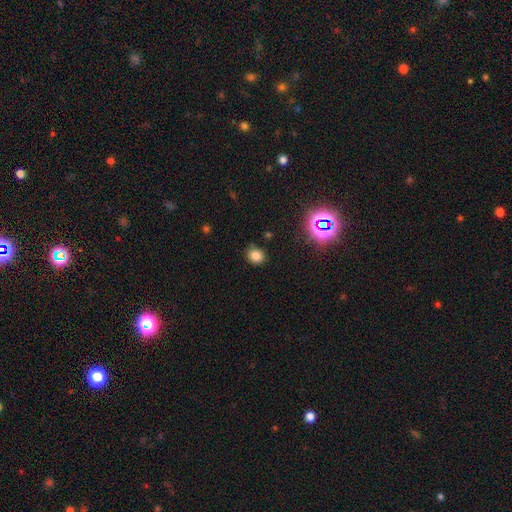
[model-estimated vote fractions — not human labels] Smooth or featured?
  - smooth: 78% *
  - star or artifact: 16%
  - featured or disk: 6%
How rounded?
  - round: 72% *
  - in between: 27%
  - cigar-shaped: 1%
Merging?
  - none: 85% *
  - minor disturbance: 10%
  - major disturbance: 3%
  - merger: 2%